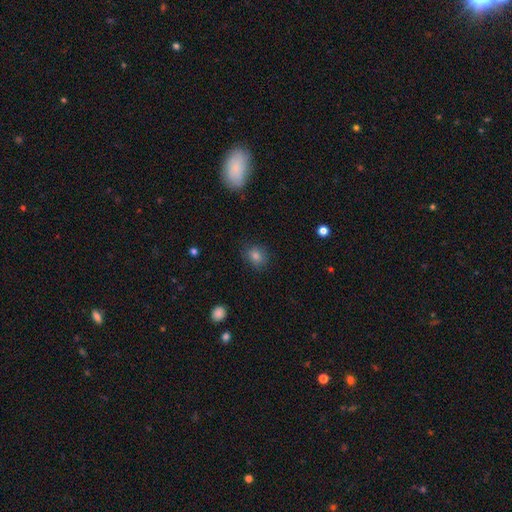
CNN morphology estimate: The model was most divided on "how rounded": round: 67%, in between: 32%, cigar-shaped: 1%. More confident: merging — none (84%); smooth or featured — smooth (81%).